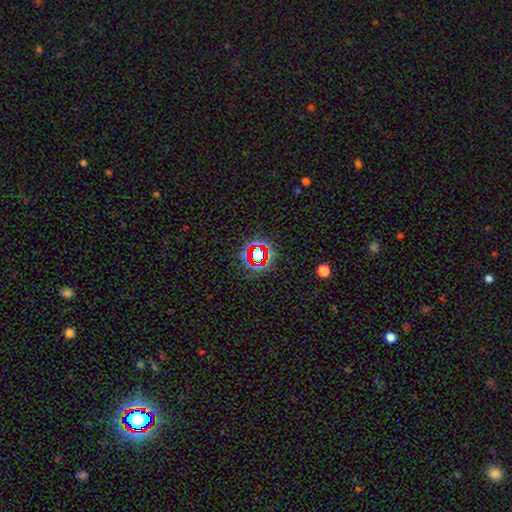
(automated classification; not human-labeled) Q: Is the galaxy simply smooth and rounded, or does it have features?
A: star or artifact — 70%.